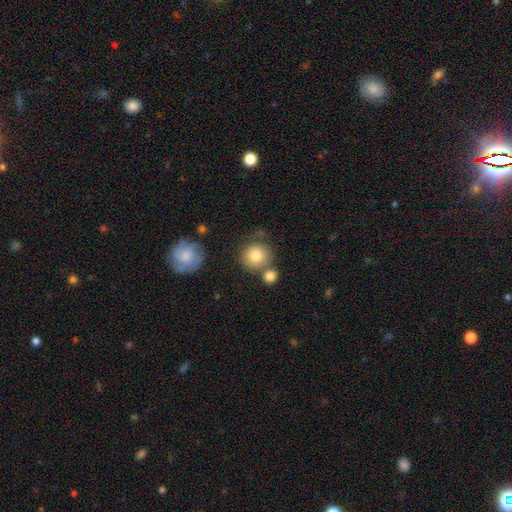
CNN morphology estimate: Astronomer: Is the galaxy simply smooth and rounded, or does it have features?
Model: smooth — 83%.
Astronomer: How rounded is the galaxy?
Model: round — 90%.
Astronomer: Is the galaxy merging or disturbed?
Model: none — 64%.